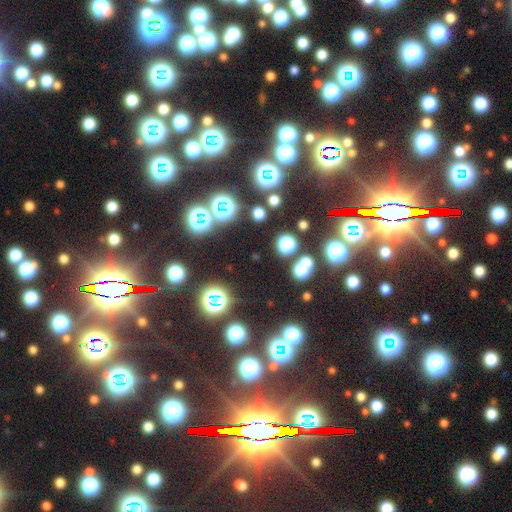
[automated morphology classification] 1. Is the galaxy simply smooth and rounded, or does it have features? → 71% star or artifact, 19% smooth, 10% featured or disk.